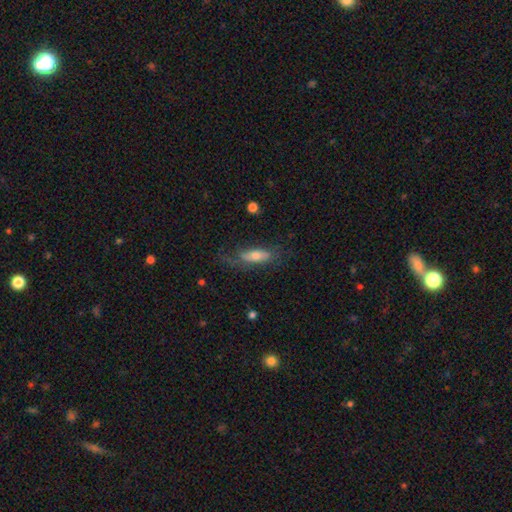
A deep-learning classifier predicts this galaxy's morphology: Smooth or featured?
  - featured or disk: 46% *
  - smooth: 44%
  - star or artifact: 10%
Merging?
  - none: 58% *
  - minor disturbance: 23%
  - major disturbance: 17%
  - merger: 2%